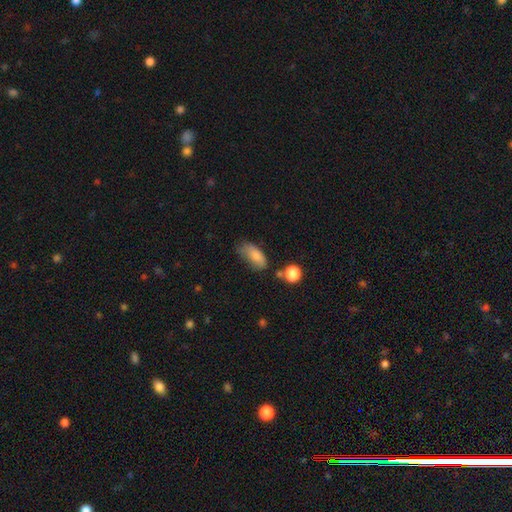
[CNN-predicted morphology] Smooth or featured: smooth — 79% (featured or disk — 12%)
How rounded: in between — 86% (cigar-shaped — 9%)
Merging: none — 45% (minor disturbance — 35%)